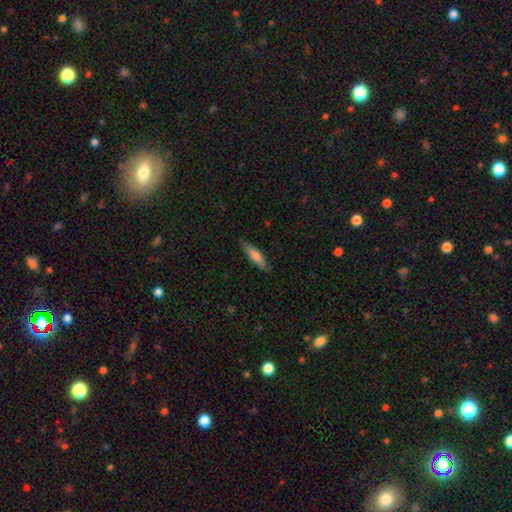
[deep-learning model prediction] This appears to be a smooth galaxy with no disk features (69%) that is cigar-shaped (75%). Merging: none (84%).